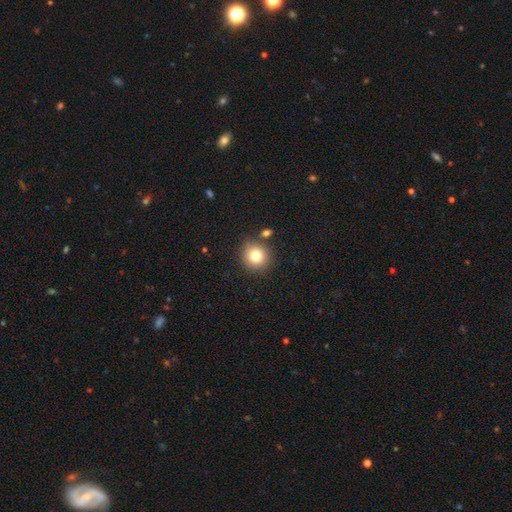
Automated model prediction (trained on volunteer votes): Overall: smooth (80%). How rounded: round (89%). Merging: none (82%).